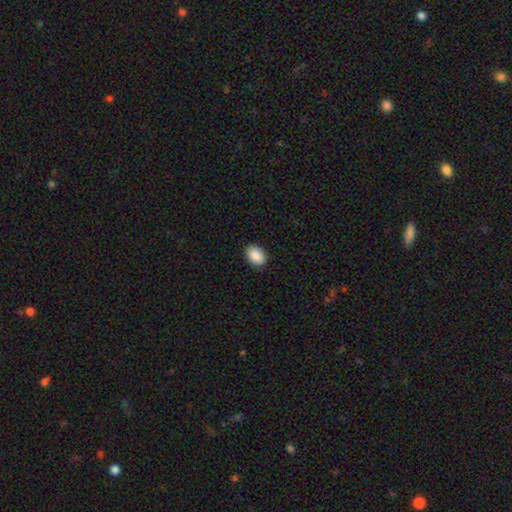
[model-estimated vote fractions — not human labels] Smooth or featured: smooth — 90% (star or artifact — 7%)
How rounded: in between — 85% (round — 13%)
Merging: none — 88% (minor disturbance — 9%)